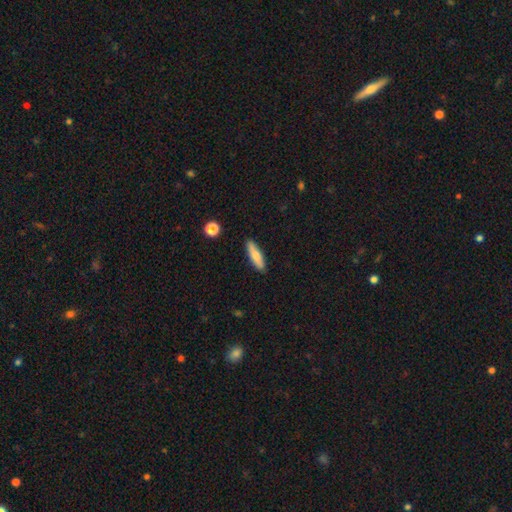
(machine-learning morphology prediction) The model was most divided on "how rounded": cigar-shaped: 68%, in between: 30%, round: 2%. More confident: merging — none (88%); smooth or featured — smooth (76%).